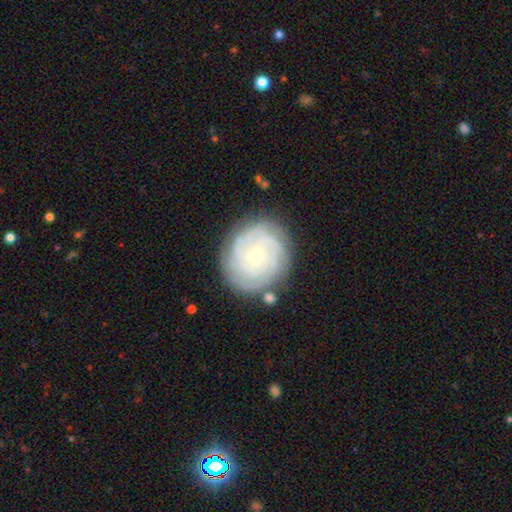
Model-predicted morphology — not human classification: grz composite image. It shows a featured or disk galaxy (78%) with no bar (78%), tight (78%) spiral arms (94%) and a small central bulge (73%). Merging: none (81%).